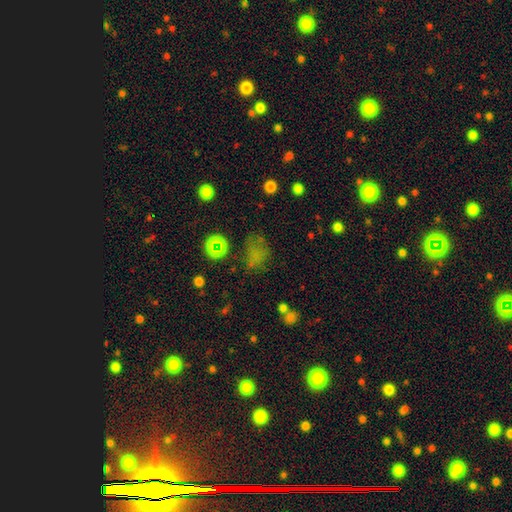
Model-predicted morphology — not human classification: Overall: smooth (57%; star or artifact 30%). How rounded: in between (56%; round 42%). Merging: none (51%; minor disturbance 23%).